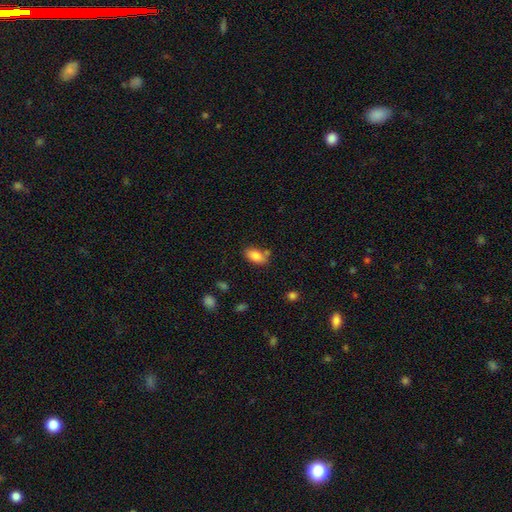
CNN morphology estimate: Smooth or featured: smooth — 84% (star or artifact — 8%)
How rounded: in between — 90% (cigar-shaped — 6%)
Merging: none — 67% (minor disturbance — 17%)